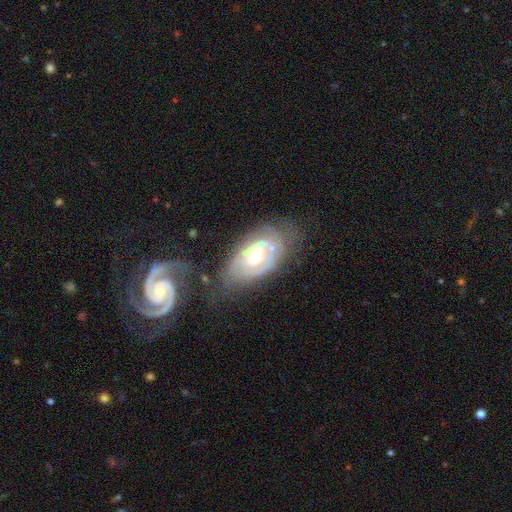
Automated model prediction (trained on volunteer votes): A featured or disk galaxy (77%) with no bar (58%), tight (63%) spiral arms (79%) and a moderate central bulge (70%). Merging: none (46%).